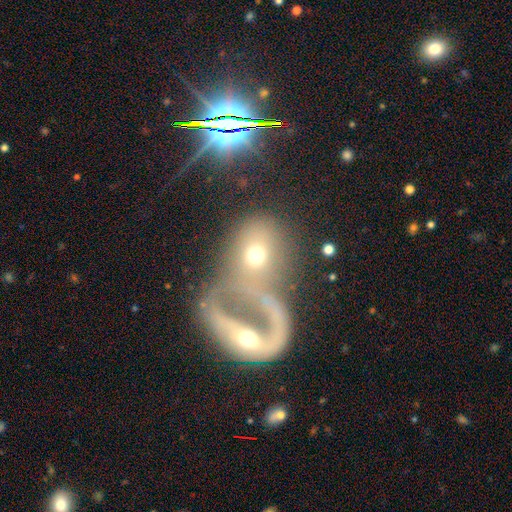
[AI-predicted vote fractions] smooth_or_featured: featured or disk (p=0.47) [alt: smooth p=0.37]
merging: merger (p=0.74) [alt: major disturbance p=0.11]